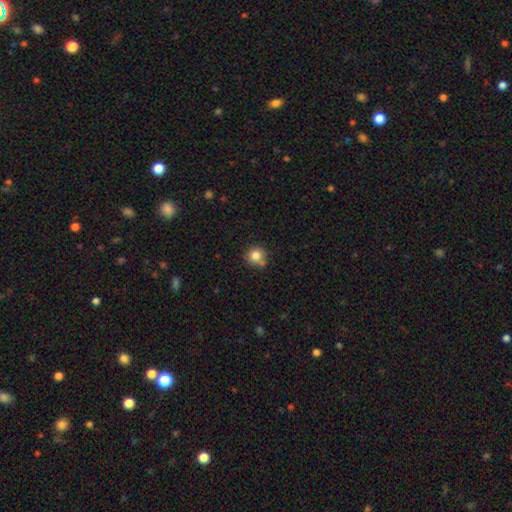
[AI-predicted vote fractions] Overall: smooth (82%). How rounded: round (89%). Merging: none (69%).